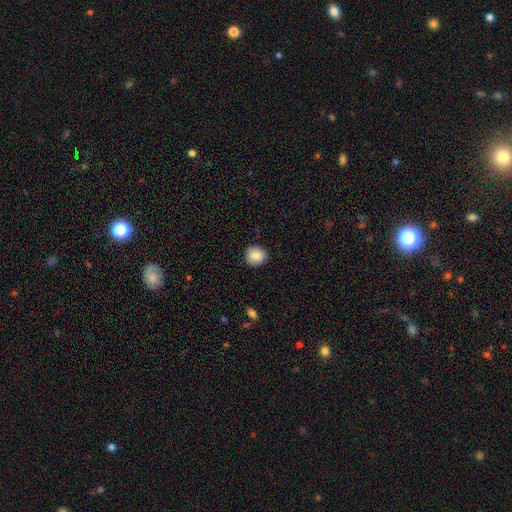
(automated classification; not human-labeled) Smooth or featured: smooth — 86% (star or artifact — 8%)
How rounded: round — 84% (in between — 15%)
Merging: none — 89% (minor disturbance — 8%)